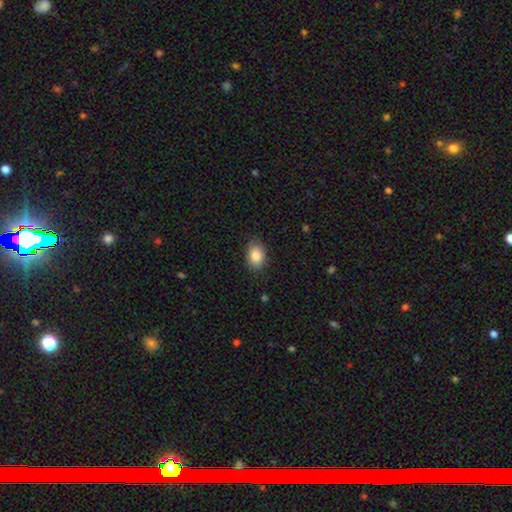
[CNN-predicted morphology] The model was most divided on "how rounded": in between: 71%, round: 28%, cigar-shaped: 1%. More confident: smooth or featured — smooth (86%); merging — none (84%).